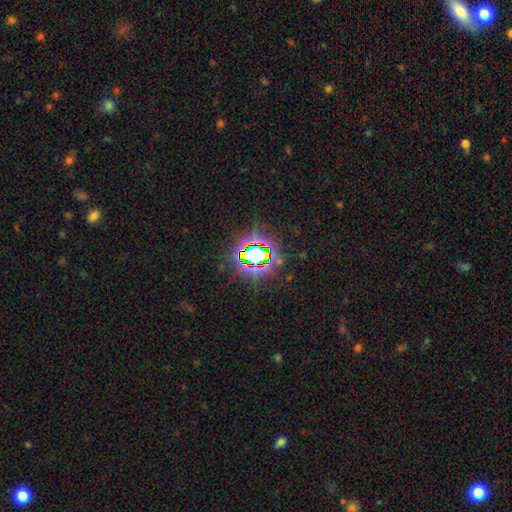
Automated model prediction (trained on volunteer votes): Smooth or featured? Predicted: star or artifact (p=0.75).